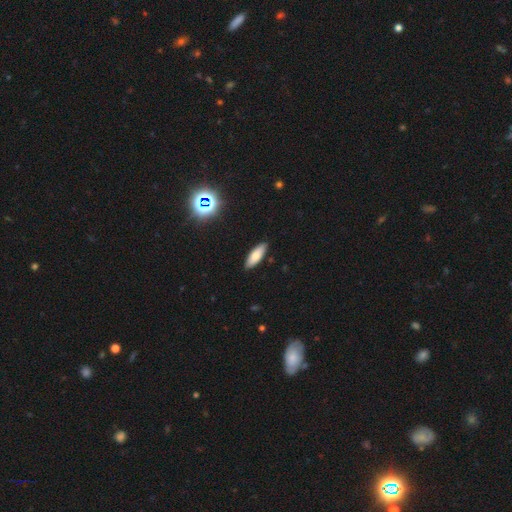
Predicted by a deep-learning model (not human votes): smooth 77%, featured or disk 15%, star or artifact 8%. Down the decision tree: how rounded — in between (63%); merging — none (89%).